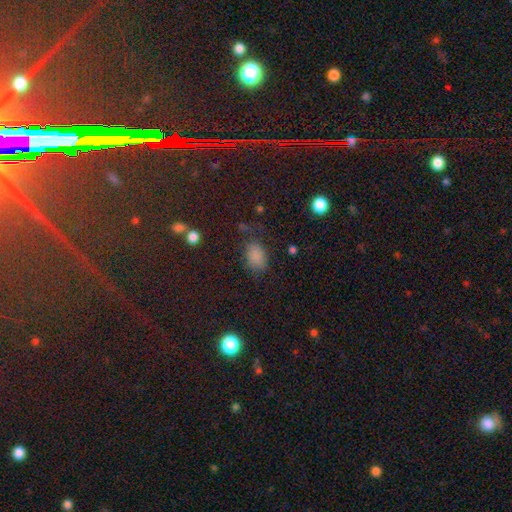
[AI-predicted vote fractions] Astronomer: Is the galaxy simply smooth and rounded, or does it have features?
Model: smooth — 78%.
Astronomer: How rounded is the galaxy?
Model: in between — 85%.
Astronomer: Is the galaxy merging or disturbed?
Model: none — 68%.